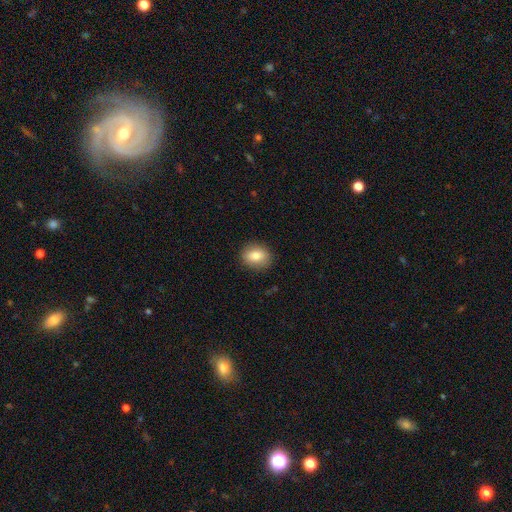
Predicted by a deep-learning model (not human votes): Smooth or featured? smooth (81%)
How rounded? round (55%)
Merging? none (88%)